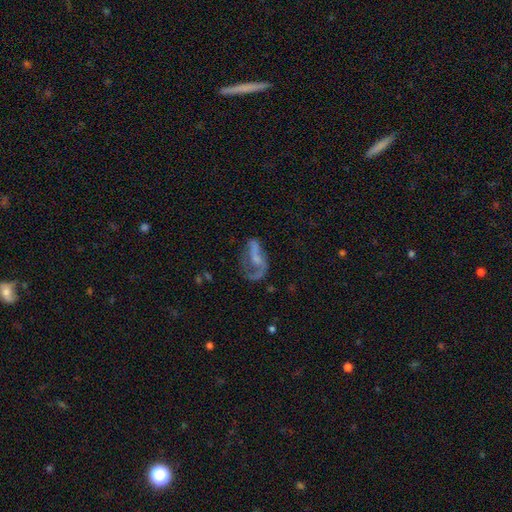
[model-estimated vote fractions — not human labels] A featured or disk galaxy (66%) with no bar (52%), spiral arms (70%) and no central bulge (38%). Merging: major disturbance (43%).